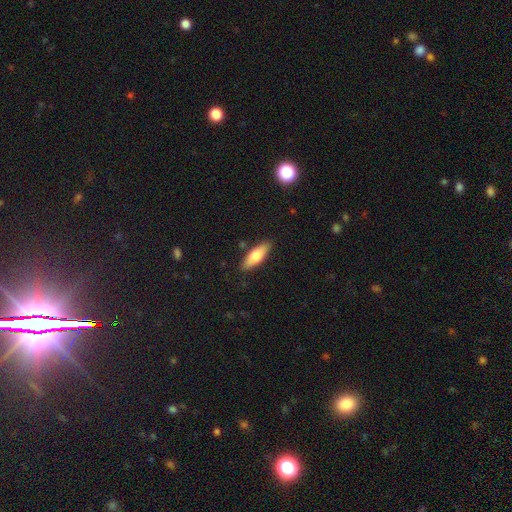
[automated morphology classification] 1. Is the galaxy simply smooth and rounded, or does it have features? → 71% smooth, 23% featured or disk, 6% star or artifact.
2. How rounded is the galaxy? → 61% in between, 36% cigar-shaped, 2% round.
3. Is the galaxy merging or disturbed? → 86% none, 10% minor disturbance, 2% major disturbance, 2% merger.